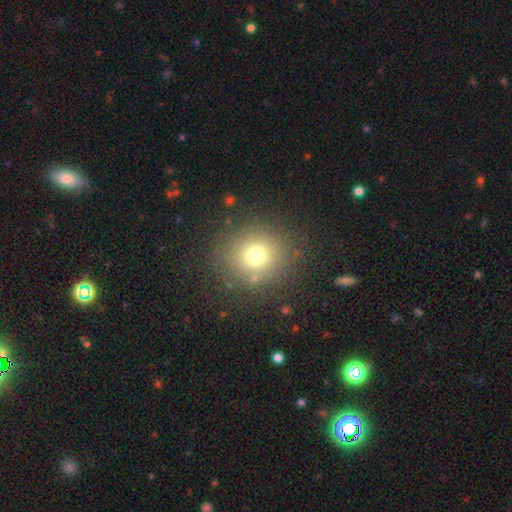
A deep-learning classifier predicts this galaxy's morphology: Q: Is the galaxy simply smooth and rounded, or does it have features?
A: smooth — 71%.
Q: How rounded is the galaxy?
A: round — 88%.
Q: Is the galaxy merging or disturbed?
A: none — 84%.